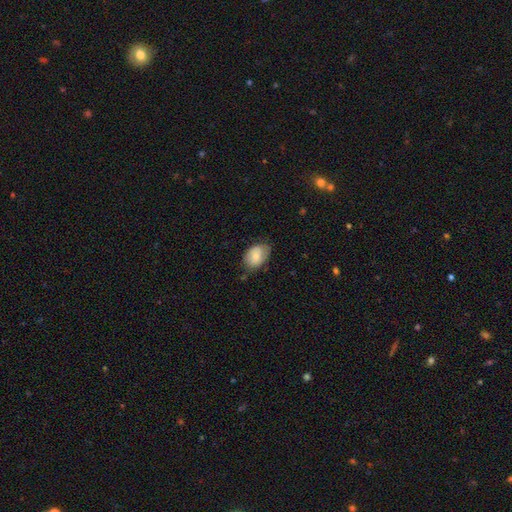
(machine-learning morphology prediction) type=smooth (72%); roundness=in between (82%); merging=none (67%).